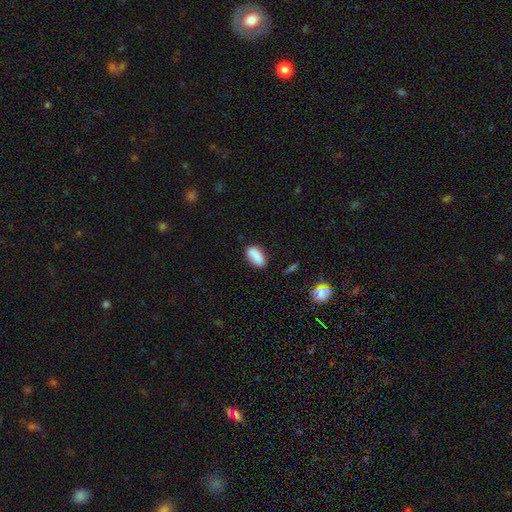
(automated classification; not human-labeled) Smooth or featured?
  - smooth: 87% *
  - star or artifact: 8%
  - featured or disk: 5%
How rounded?
  - in between: 90% *
  - cigar-shaped: 6%
  - round: 4%
Merging?
  - none: 78% *
  - minor disturbance: 16%
  - major disturbance: 3%
  - merger: 3%